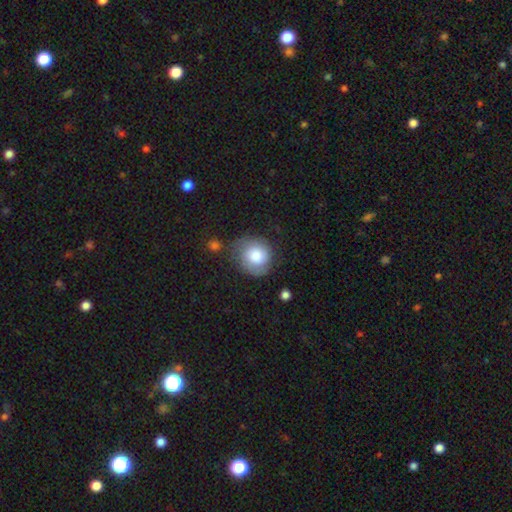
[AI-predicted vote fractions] This is likely a smooth galaxy (67%). How rounded: clearly round (84%). Merging: likely none (63%).